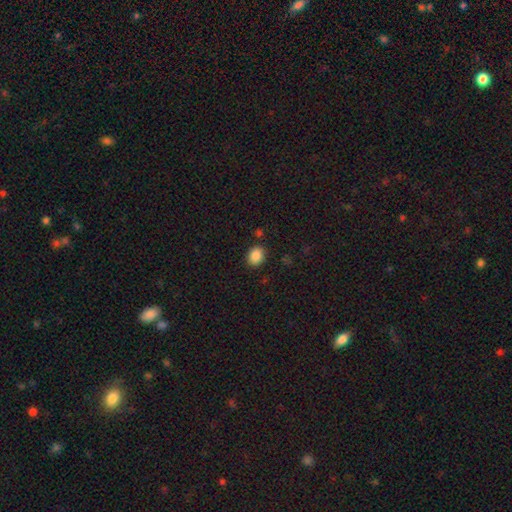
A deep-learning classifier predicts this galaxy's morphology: Q: Smooth or featured?
A: smooth (87%); runner-up: star or artifact (9%)
Q: How rounded?
A: round (51%); runner-up: in between (48%)
Q: Merging?
A: none (87%); runner-up: minor disturbance (8%)